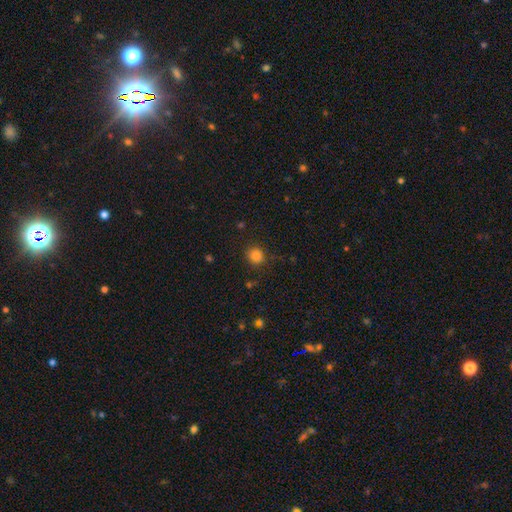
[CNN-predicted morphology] Overall: smooth (83%). How rounded: round (85%). Merging: none (84%).